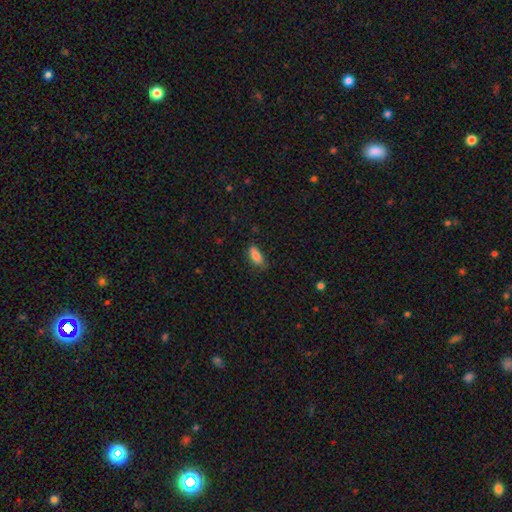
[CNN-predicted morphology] This appears to be a smooth galaxy with no disk features (85%) that is in between round and cigar-shaped (82%). Merging: none (72%).